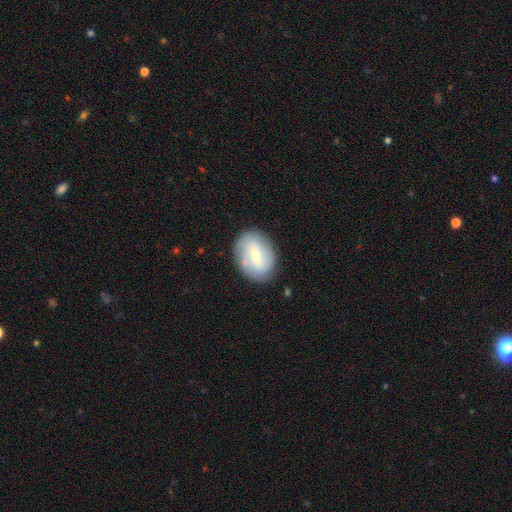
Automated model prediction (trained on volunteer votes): A featured or disk galaxy (49%).

Vote fractions:
- Smooth or featured? featured or disk: 49% / smooth: 44% / star or artifact: 7%
- Merging? none: 81% / minor disturbance: 12% / major disturbance: 4% / merger: 3%